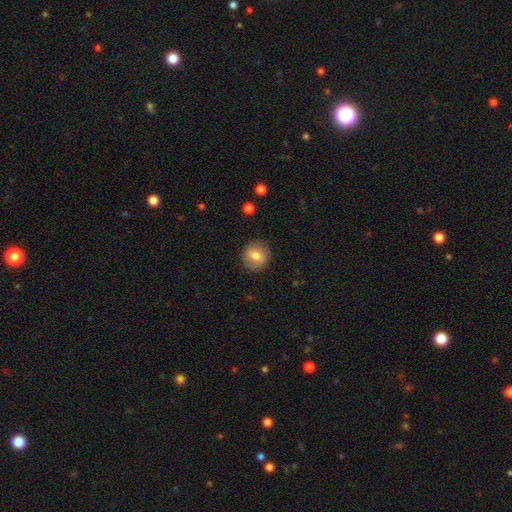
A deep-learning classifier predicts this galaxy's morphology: smooth-or-featured: smooth: 76% | featured or disk: 16% | star or artifact: 8%
  how-rounded: round: 87% | in between: 12% | cigar-shaped: 1%
  merging: none: 88% | minor disturbance: 8% | major disturbance: 2% | merger: 1%